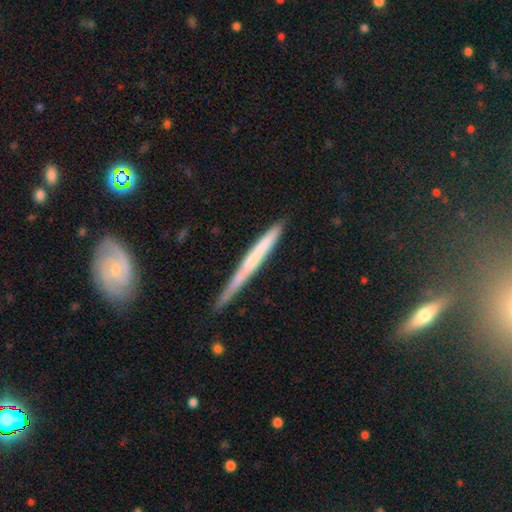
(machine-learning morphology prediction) Smooth or featured? Predicted: featured or disk (p=0.54). Edge-on disk? Predicted: yes (p=0.94). Edge-on bulge? Predicted: none (p=0.79). Merging? Predicted: none (p=0.77).